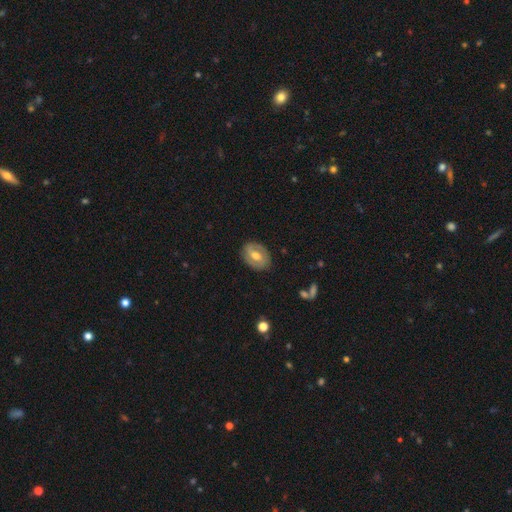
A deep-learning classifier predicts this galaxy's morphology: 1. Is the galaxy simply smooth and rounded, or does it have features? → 55% featured or disk, 39% smooth, 7% star or artifact.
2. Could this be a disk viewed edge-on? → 94% no, 6% yes.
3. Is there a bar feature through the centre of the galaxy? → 45% weak, 31% no, 24% strong.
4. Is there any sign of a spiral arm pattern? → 54% yes, 46% no.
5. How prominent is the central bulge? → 75% moderate, 12% small, 11% large, 1% none, 1% dominant.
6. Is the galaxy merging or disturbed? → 82% none, 13% minor disturbance, 4% major disturbance, 1% merger.